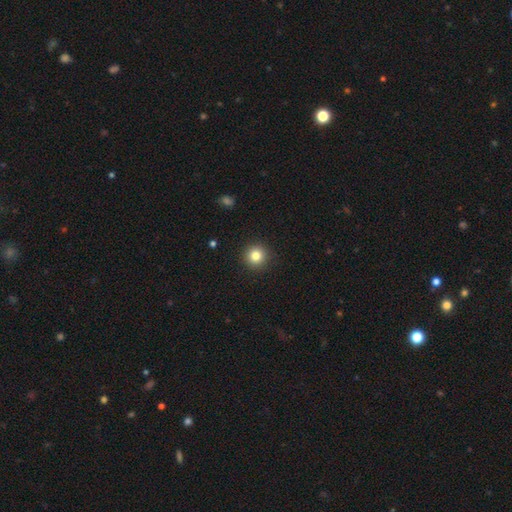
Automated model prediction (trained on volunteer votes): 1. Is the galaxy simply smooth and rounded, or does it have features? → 82% smooth, 12% star or artifact, 6% featured or disk.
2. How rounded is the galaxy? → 95% round, 4% in between, 1% cigar-shaped.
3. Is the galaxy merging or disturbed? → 92% none, 5% minor disturbance, 2% major disturbance, 1% merger.